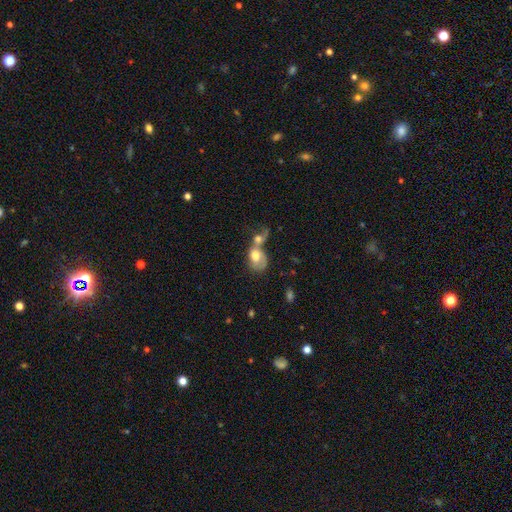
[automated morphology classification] This is likely a smooth galaxy (61%). How rounded: likely in between (66%). Merging: likely merger (74%).